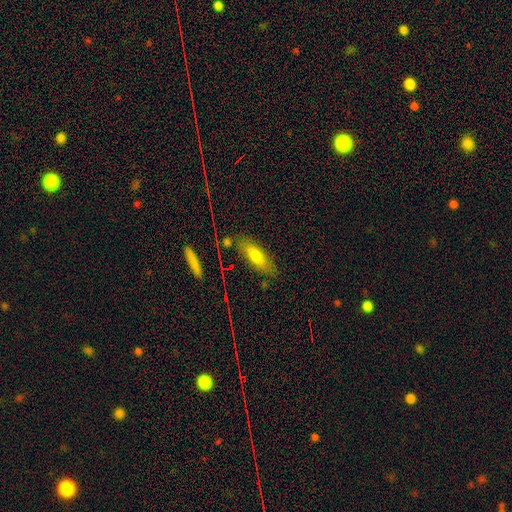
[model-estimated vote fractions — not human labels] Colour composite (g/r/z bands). It shows a smooth galaxy with no disk features (69%) that is in between round and cigar-shaped (59%). Merging: none (78%).